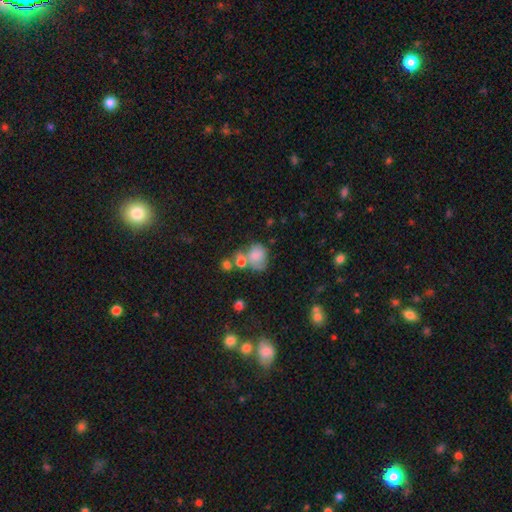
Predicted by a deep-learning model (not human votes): The model was most divided on "merging": none: 33%, merger: 29%, minor disturbance: 23%, major disturbance: 15%. More confident: smooth or featured — smooth (73%); how rounded — round (52%).